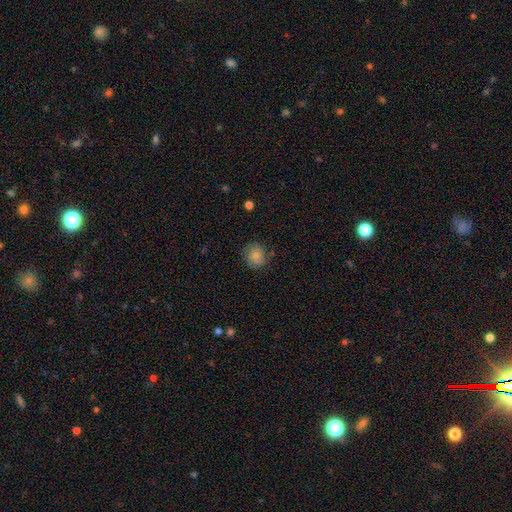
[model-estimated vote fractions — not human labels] Smooth or featured?
  - smooth: 79% *
  - featured or disk: 13%
  - star or artifact: 9%
How rounded?
  - round: 74% *
  - in between: 25%
  - cigar-shaped: 1%
Merging?
  - none: 73% *
  - minor disturbance: 20%
  - major disturbance: 6%
  - merger: 2%